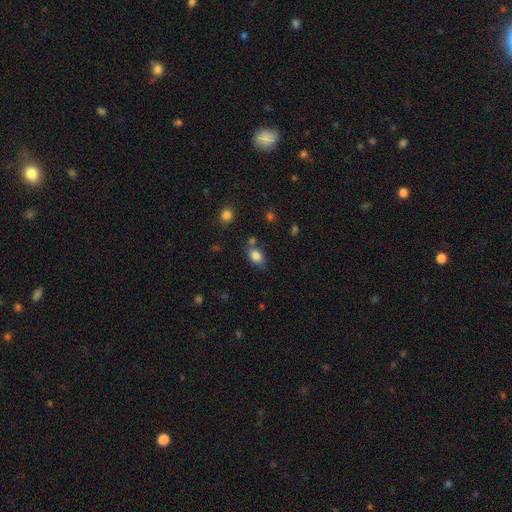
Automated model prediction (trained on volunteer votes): A smooth galaxy with no disk features (83%) that is in between round and cigar-shaped (83%). Merging: none (65%).